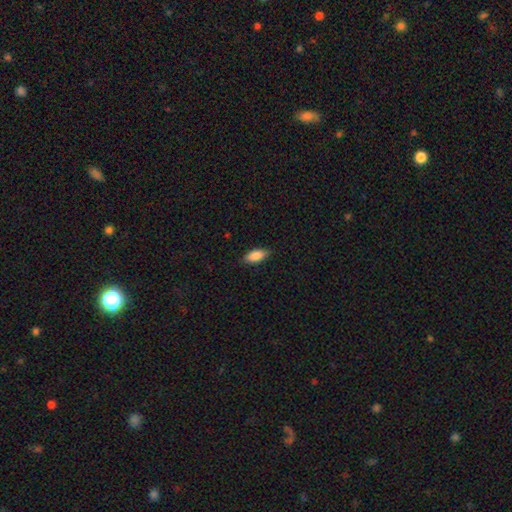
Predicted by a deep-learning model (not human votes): The model was most divided on "how rounded": in between: 81%, cigar-shaped: 17%, round: 2%. More confident: merging — none (86%); smooth or featured — smooth (85%).